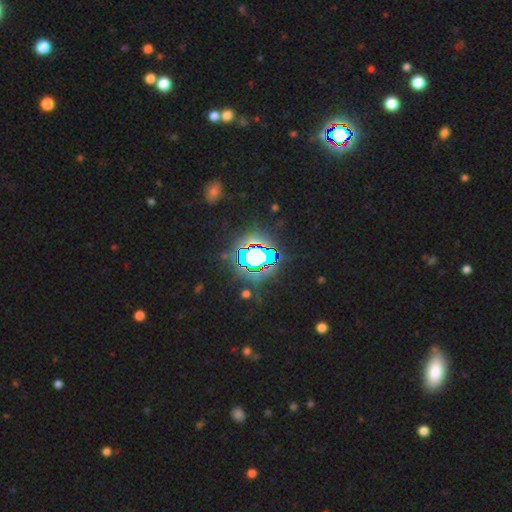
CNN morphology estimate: smooth_or_featured: star or artifact (p=0.71) [alt: smooth p=0.17]